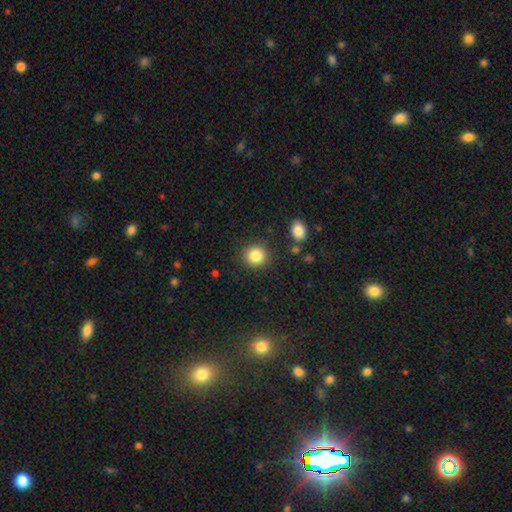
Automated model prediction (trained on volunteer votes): Smooth or featured: smooth — 84% (star or artifact — 10%)
How rounded: round — 88% (in between — 12%)
Merging: none — 87% (minor disturbance — 7%)